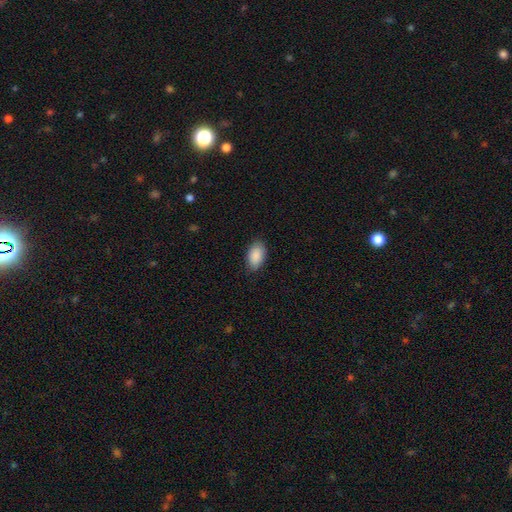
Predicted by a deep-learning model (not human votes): smooth 90%, star or artifact 6%, featured or disk 4%. Down the decision tree: how rounded — in between (94%); merging — none (86%).